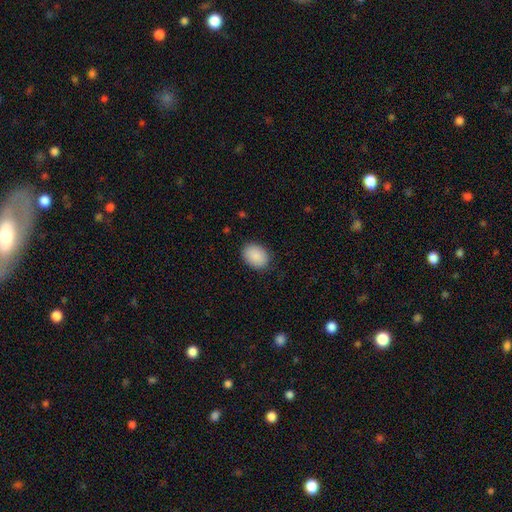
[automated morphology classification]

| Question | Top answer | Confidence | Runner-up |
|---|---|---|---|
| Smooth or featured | smooth | 90% | star or artifact (7%) |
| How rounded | in between | 67% | round (32%) |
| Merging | none | 86% | minor disturbance (10%) |